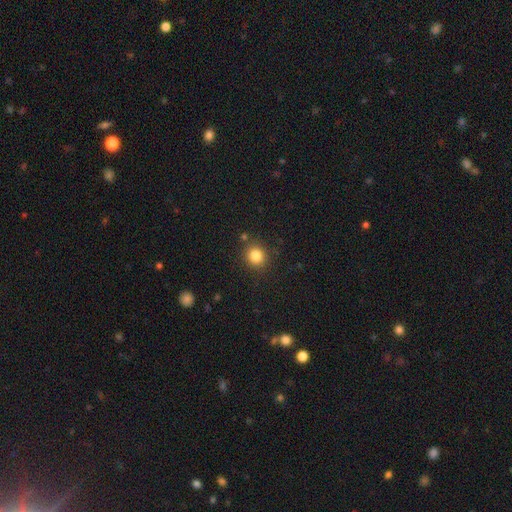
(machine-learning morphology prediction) smooth_or_featured: smooth (p=0.83) [alt: star or artifact p=0.12]
how_rounded: round (p=0.87) [alt: in between p=0.12]
merging: none (p=0.86) [alt: minor disturbance p=0.08]